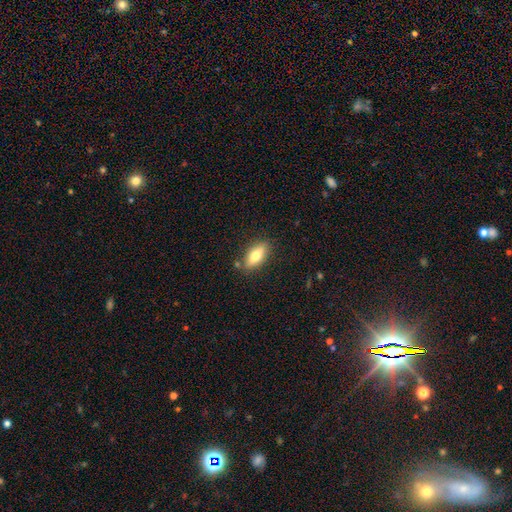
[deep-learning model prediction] smooth 69%, featured or disk 24%, star or artifact 7%. Down the decision tree: how rounded — in between (78%); merging — none (83%).